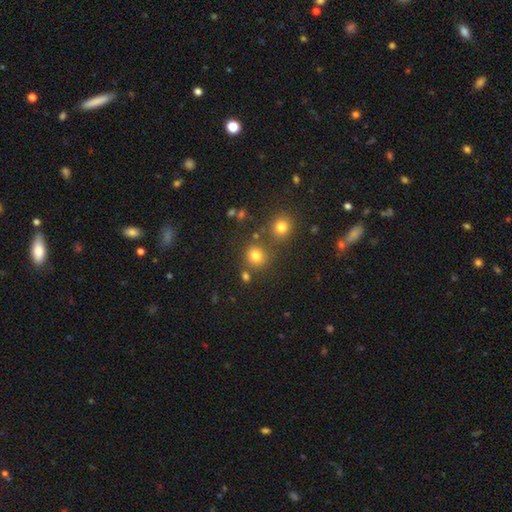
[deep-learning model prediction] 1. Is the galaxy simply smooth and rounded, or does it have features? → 77% smooth, 16% star or artifact, 7% featured or disk.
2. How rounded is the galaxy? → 84% round, 15% in between, 1% cigar-shaped.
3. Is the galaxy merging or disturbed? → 72% none, 15% merger, 10% minor disturbance, 4% major disturbance.